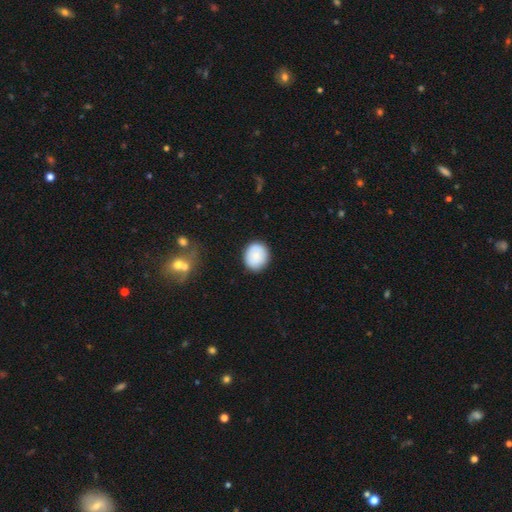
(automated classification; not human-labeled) A smooth galaxy with no disk features (81%) that is round (68%). Merging: none (86%).